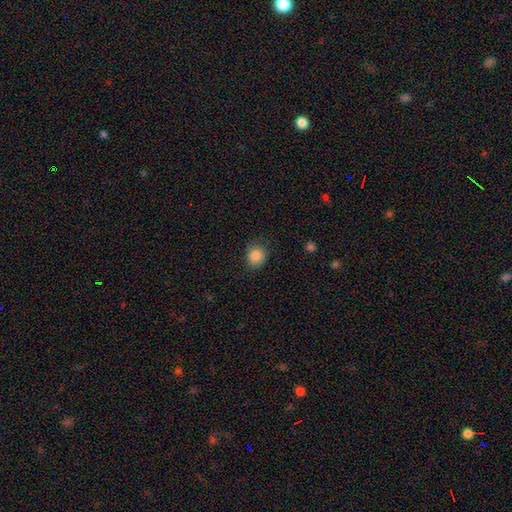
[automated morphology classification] Q: Smooth or featured?
A: smooth (87%); runner-up: star or artifact (9%)
Q: How rounded?
A: round (82%); runner-up: in between (17%)
Q: Merging?
A: none (83%); runner-up: minor disturbance (13%)